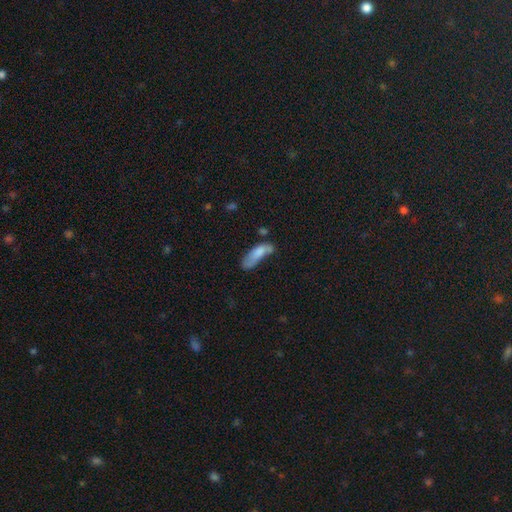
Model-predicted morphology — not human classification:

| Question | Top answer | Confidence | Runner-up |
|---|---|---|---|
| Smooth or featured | smooth | 71% | featured or disk (21%) |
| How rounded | in between | 59% | cigar-shaped (39%) |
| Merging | none | 31% | minor disturbance (28%) |